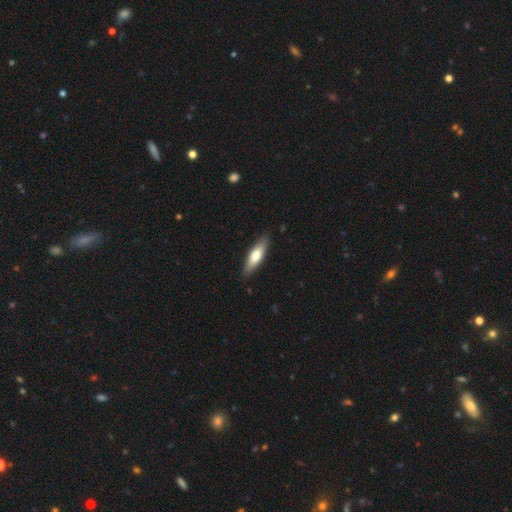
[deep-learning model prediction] A smooth galaxy with no disk features (65%) that is cigar-shaped (56%).

Vote fractions:
- Smooth or featured? smooth: 65% / featured or disk: 30% / star or artifact: 5%
- How rounded? cigar-shaped: 56% / in between: 43% / round: 2%
- Merging? none: 87% / minor disturbance: 10% / major disturbance: 2% / merger: 1%